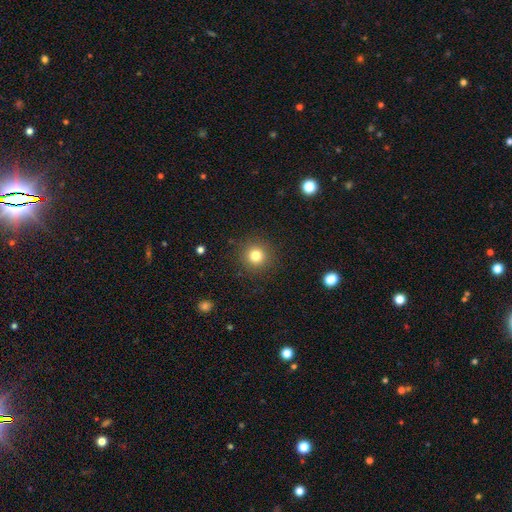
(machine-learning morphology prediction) smooth 80%, star or artifact 13%, featured or disk 7%. Down the decision tree: how rounded — round (95%); merging — none (90%).